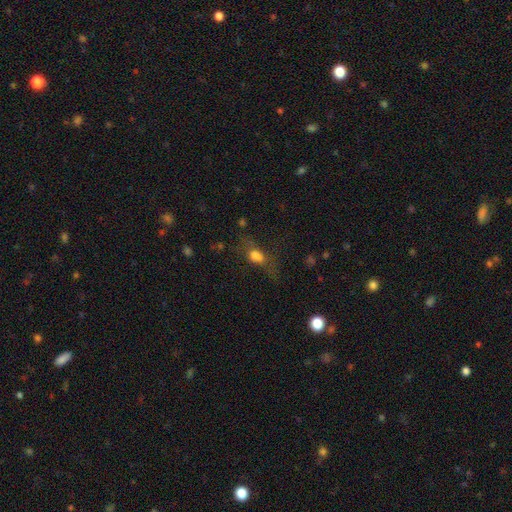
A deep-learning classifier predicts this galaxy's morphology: smooth_or_featured: smooth (p=0.63) [alt: featured or disk p=0.22]
how_rounded: in between (p=0.64) [alt: round p=0.21]
merging: none (p=0.42) [alt: major disturbance p=0.26]